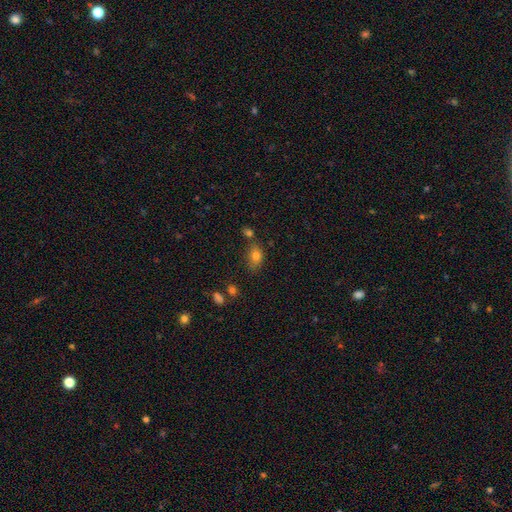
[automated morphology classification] Overall: smooth (79%). How rounded: in between (79%). Merging: none (60%).